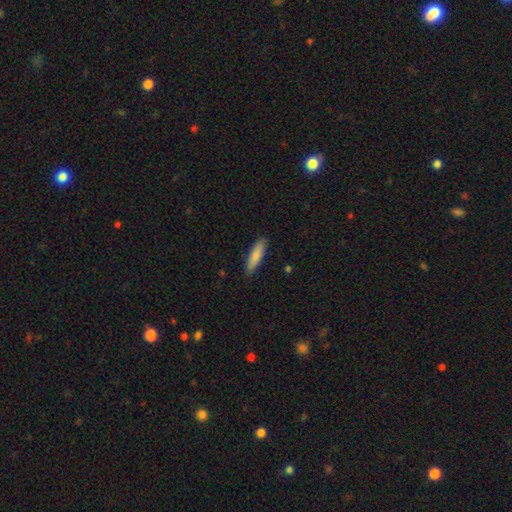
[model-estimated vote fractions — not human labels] This is clearly a smooth galaxy (85%). How rounded: likely cigar-shaped (68%). Merging: clearly none (87%).